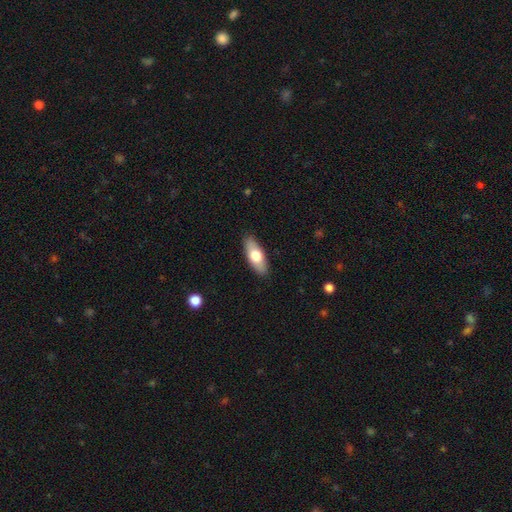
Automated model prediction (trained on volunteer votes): smooth_or_featured: smooth (p=0.66) [alt: featured or disk p=0.28]
how_rounded: in between (p=0.78) [alt: cigar-shaped p=0.19]
merging: none (p=0.88) [alt: minor disturbance p=0.09]